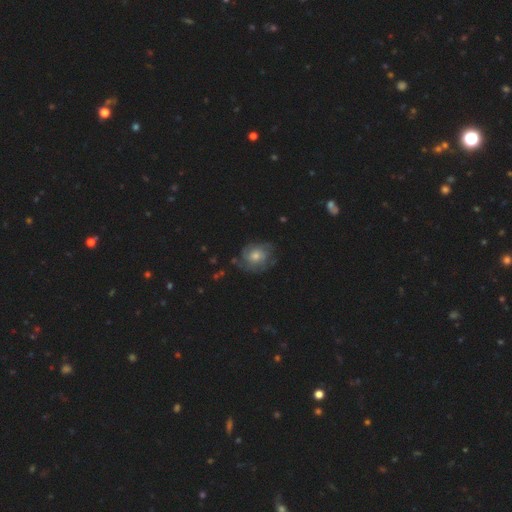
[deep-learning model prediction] This is likely a featured or disk galaxy (60%). It is clearly not viewed edge-on (97%). Bar: likely no (79%). Spiral arm pattern: clearly yes (85%). Central bulge: possibly moderate (57%). Merging: likely none (69%).